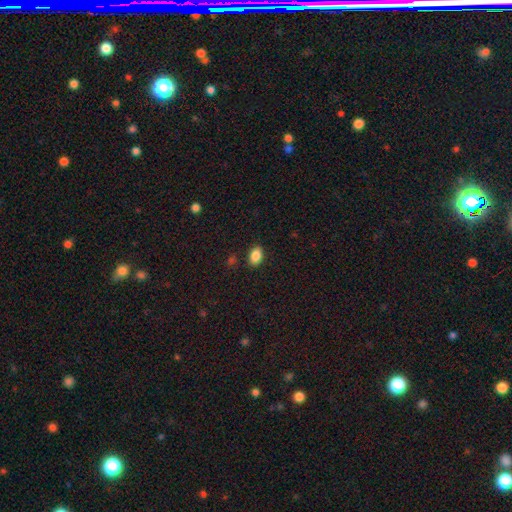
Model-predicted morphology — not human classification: Overall: smooth (87%). How rounded: in between (84%). Merging: none (87%).